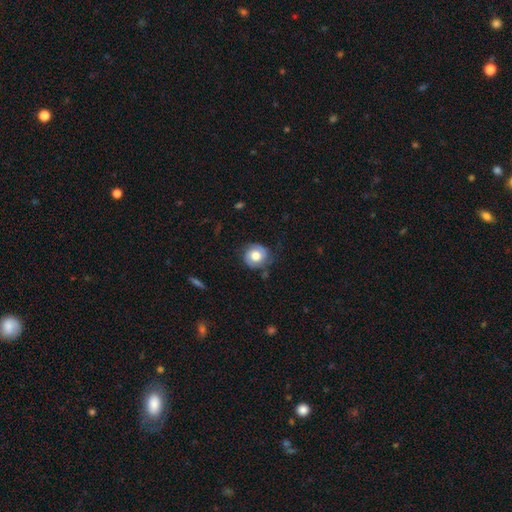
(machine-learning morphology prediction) Smooth or featured? Predicted: featured or disk (p=0.55). Edge-on disk? Predicted: no (p=0.97). Bar? Predicted: no (p=0.70). Spiral arms? Predicted: yes (p=0.83). Bulge size? Predicted: moderate (p=0.57). Merging? Predicted: none (p=0.73).